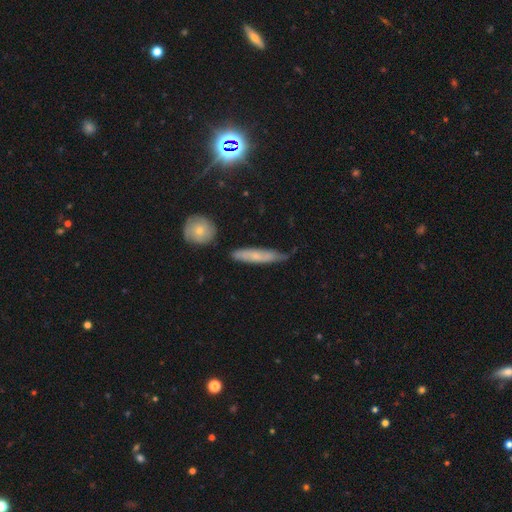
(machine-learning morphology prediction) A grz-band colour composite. It shows a smooth galaxy with no disk features (49%). Merging: none (61%).